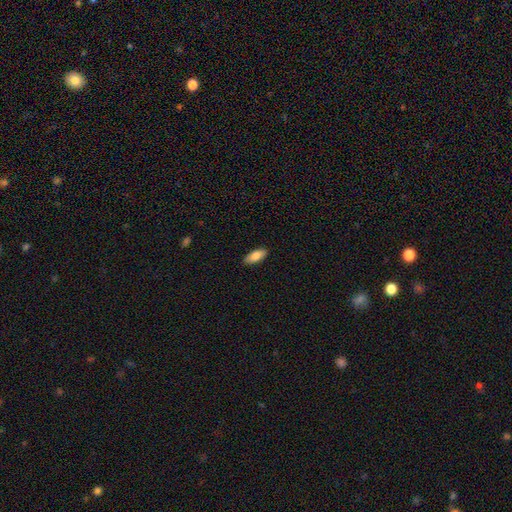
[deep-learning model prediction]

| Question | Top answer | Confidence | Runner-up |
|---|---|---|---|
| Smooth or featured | smooth | 84% | featured or disk (10%) |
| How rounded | in between | 79% | cigar-shaped (19%) |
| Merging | none | 88% | minor disturbance (9%) |